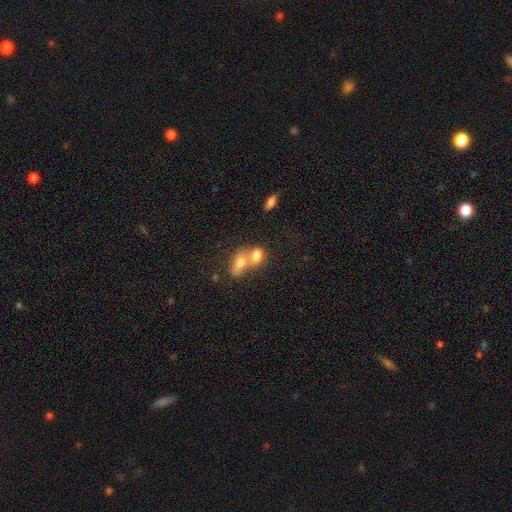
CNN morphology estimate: Smooth or featured? Predicted: smooth (p=0.75). How rounded? Predicted: in between (p=0.67). Merging? Predicted: merger (p=0.72).